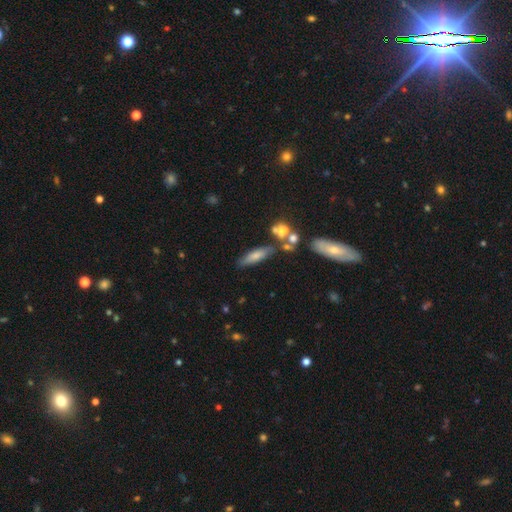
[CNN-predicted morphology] Overall: smooth (67%). How rounded: cigar-shaped (57%; in between 39%). Merging: none (64%).